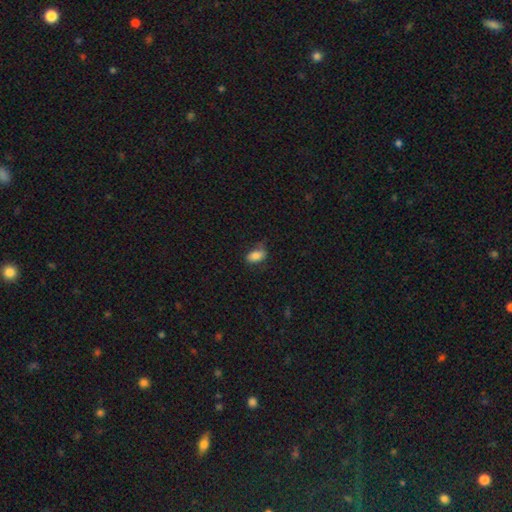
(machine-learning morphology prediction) This appears to be a smooth galaxy with no disk features (79%) that is in between round and cigar-shaped (90%). Merging: none (59%).